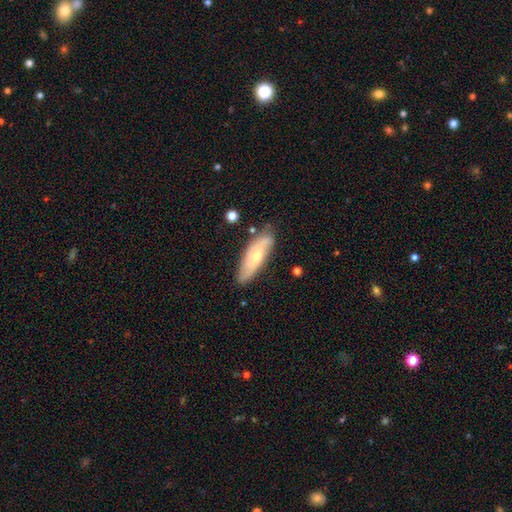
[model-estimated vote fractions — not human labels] smooth 50%, featured or disk 44%, star or artifact 6%. Down the decision tree: merging — none (74%).